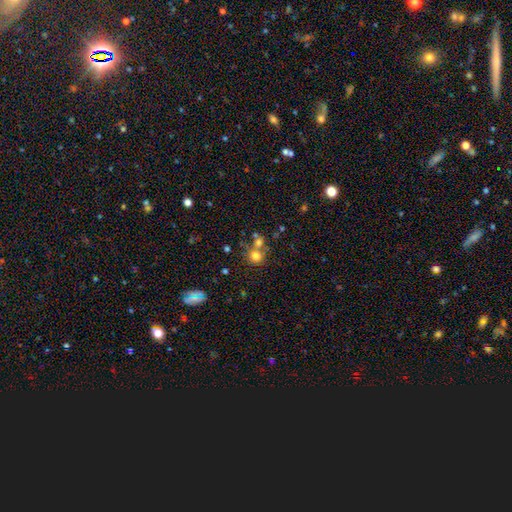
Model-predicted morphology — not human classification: Smooth or featured?
  - smooth: 73% *
  - star or artifact: 15%
  - featured or disk: 11%
How rounded?
  - round: 86% *
  - in between: 13%
  - cigar-shaped: 1%
Merging?
  - none: 53% *
  - merger: 34%
  - minor disturbance: 9%
  - major disturbance: 4%